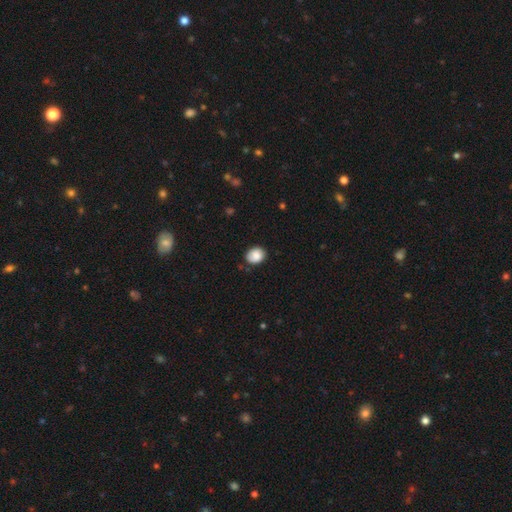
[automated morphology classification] A smooth galaxy with no disk features (85%) that is round (54%). Merging: none (77%).